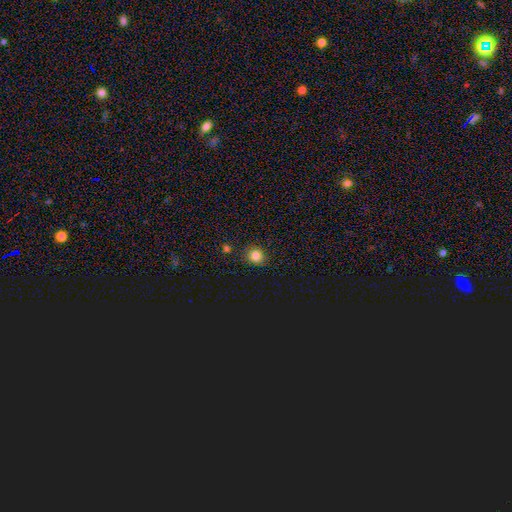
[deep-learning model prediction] The model was most divided on "smooth or featured": smooth: 82%, star or artifact: 14%, featured or disk: 5%. More confident: merging — none (86%); how rounded — round (84%).